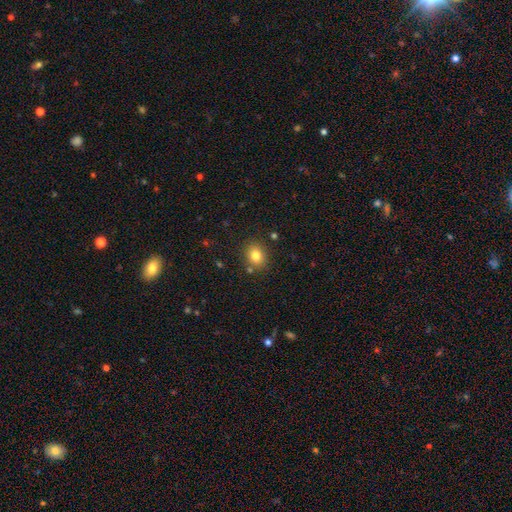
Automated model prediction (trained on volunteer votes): Smooth or featured?
  - smooth: 80% *
  - star or artifact: 11%
  - featured or disk: 8%
How rounded?
  - round: 61% *
  - in between: 38%
  - cigar-shaped: 1%
Merging?
  - none: 83% *
  - minor disturbance: 10%
  - merger: 4%
  - major disturbance: 3%